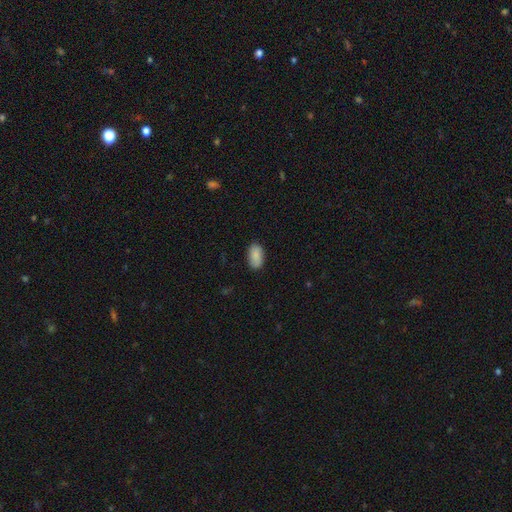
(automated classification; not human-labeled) Smooth or featured?
  - smooth: 88% *
  - star or artifact: 7%
  - featured or disk: 6%
How rounded?
  - in between: 94% *
  - round: 4%
  - cigar-shaped: 2%
Merging?
  - none: 83% *
  - minor disturbance: 13%
  - major disturbance: 2%
  - merger: 1%